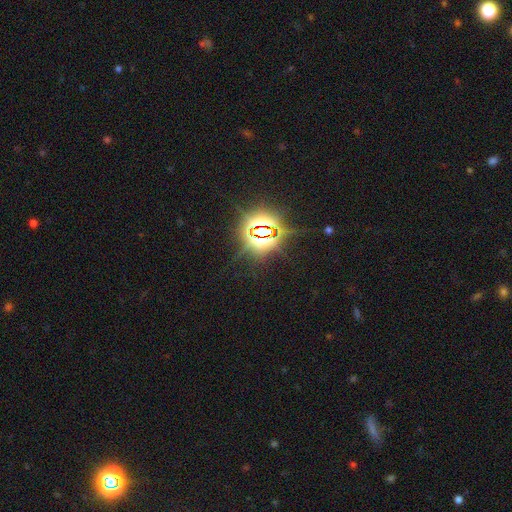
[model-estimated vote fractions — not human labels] This is clearly a star or artifact rather than a galaxy (83%).